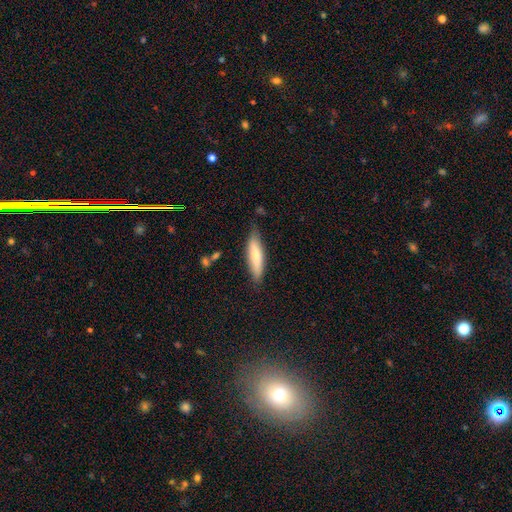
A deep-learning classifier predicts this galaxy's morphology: Smooth or featured? smooth (69%)
How rounded? cigar-shaped (70%)
Merging? none (77%)